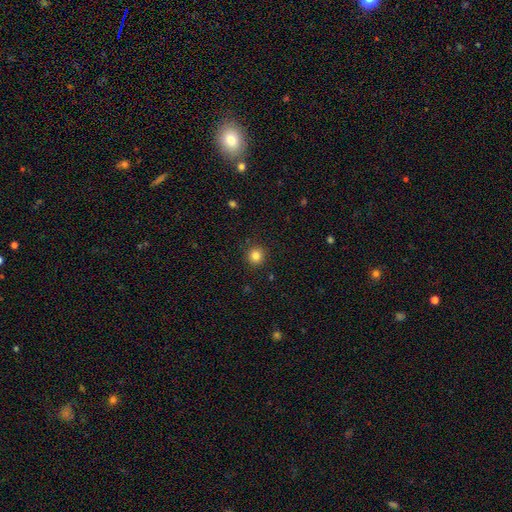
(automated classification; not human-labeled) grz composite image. It shows a smooth galaxy with no disk features (83%) that is round (93%). Merging: none (91%).